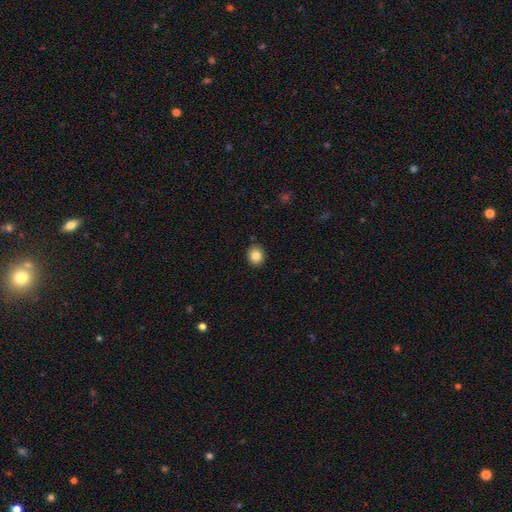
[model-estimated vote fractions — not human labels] Smooth or featured? Predicted: smooth (p=0.84). How rounded? Predicted: round (p=0.64). Merging? Predicted: none (p=0.88).